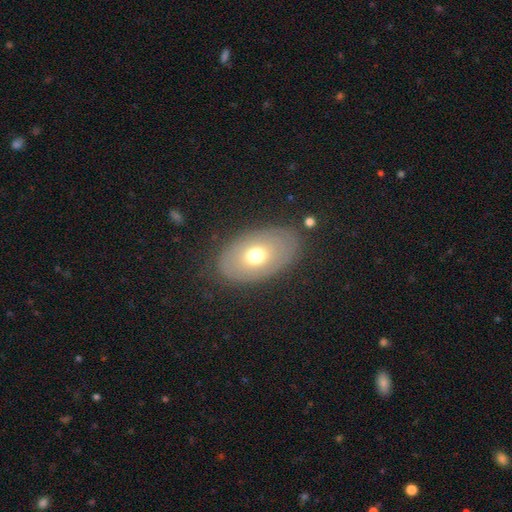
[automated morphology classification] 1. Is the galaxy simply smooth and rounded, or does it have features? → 57% smooth, 34% featured or disk, 9% star or artifact.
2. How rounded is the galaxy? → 84% in between, 15% round, 1% cigar-shaped.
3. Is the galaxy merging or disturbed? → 80% none, 12% minor disturbance, 6% major disturbance, 2% merger.